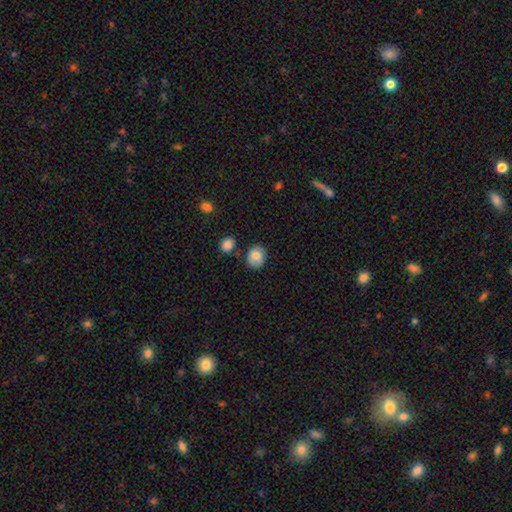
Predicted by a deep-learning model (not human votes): Q: Smooth or featured?
A: smooth (77%); runner-up: featured or disk (15%)
Q: How rounded?
A: round (63%); runner-up: in between (36%)
Q: Merging?
A: none (77%); runner-up: minor disturbance (14%)